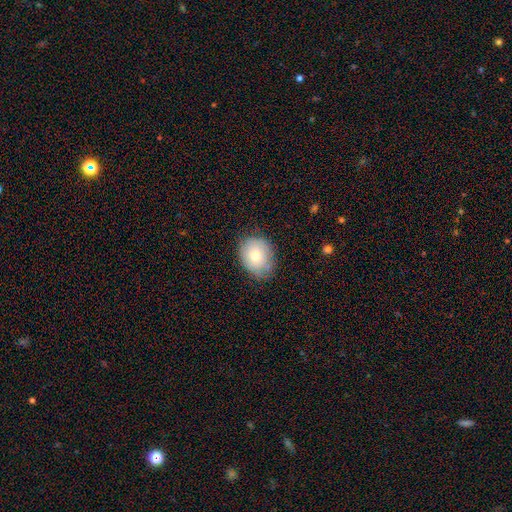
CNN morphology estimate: This is likely a smooth galaxy (75%). How rounded: possibly in between (53%). Merging: likely none (76%).